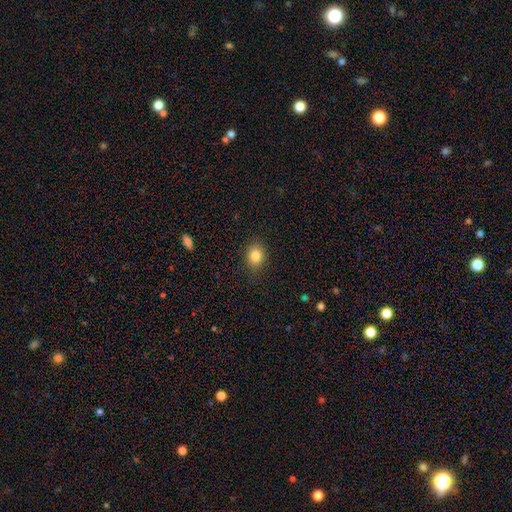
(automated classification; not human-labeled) Smooth or featured? Predicted: smooth (p=0.83). How rounded? Predicted: in between (p=0.53). Merging? Predicted: none (p=0.85).